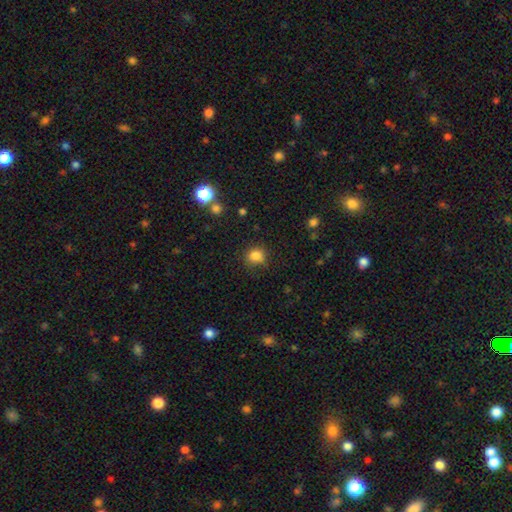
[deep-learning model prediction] This appears to be a smooth galaxy with no disk features (82%) that is round (81%). Merging: none (77%).